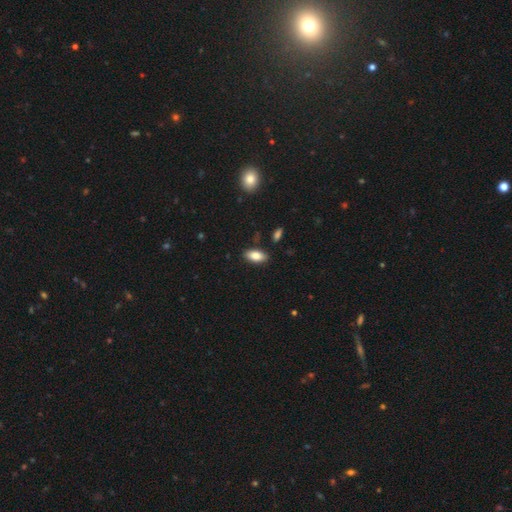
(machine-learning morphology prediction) Smooth or featured: smooth — 85% (featured or disk — 8%)
How rounded: in between — 90% (cigar-shaped — 7%)
Merging: none — 85% (minor disturbance — 10%)